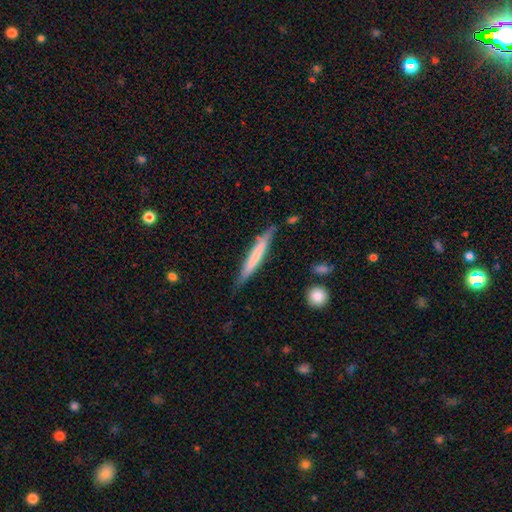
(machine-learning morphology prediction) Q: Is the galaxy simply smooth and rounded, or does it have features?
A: smooth — 55%.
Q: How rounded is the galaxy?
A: cigar-shaped — 95%.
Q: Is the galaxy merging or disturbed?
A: none — 80%.